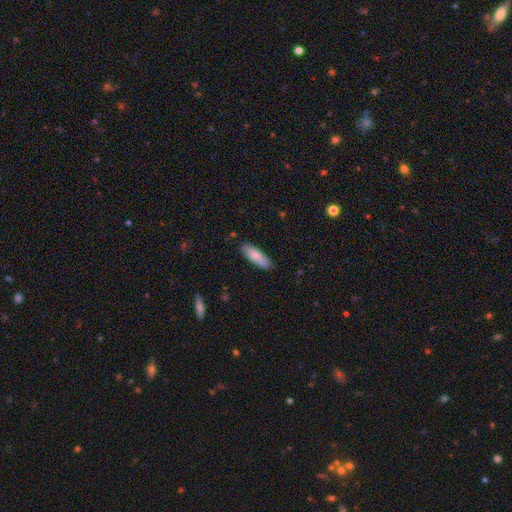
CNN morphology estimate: This is clearly a smooth galaxy (81%). How rounded: possibly in between (50%). Merging: clearly none (85%).